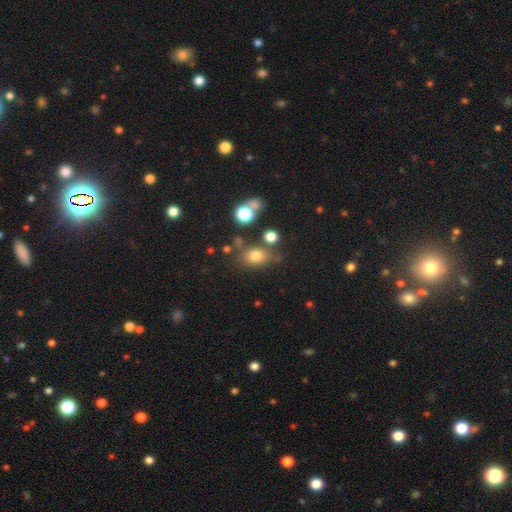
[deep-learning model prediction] A smooth galaxy with no disk features (74%) that is in between round and cigar-shaped (58%).

Vote fractions:
- Smooth or featured? smooth: 74% / star or artifact: 16% / featured or disk: 10%
- How rounded? in between: 58% / round: 41% / cigar-shaped: 2%
- Merging? none: 66% / minor disturbance: 16% / merger: 12% / major disturbance: 6%